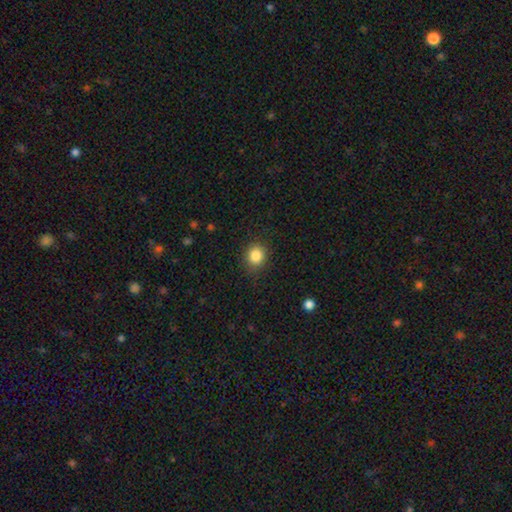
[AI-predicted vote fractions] A smooth galaxy with no disk features (85%) that is round (77%). Merging: none (84%).